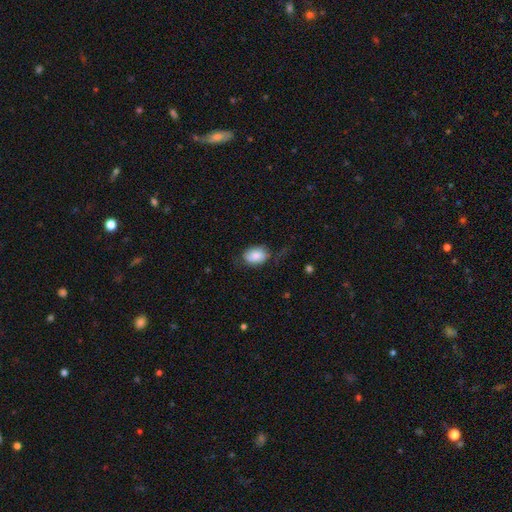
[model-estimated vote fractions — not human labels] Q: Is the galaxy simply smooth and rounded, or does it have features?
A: smooth — 78%.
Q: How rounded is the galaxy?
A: in between — 78%.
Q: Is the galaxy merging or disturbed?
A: none — 52%.